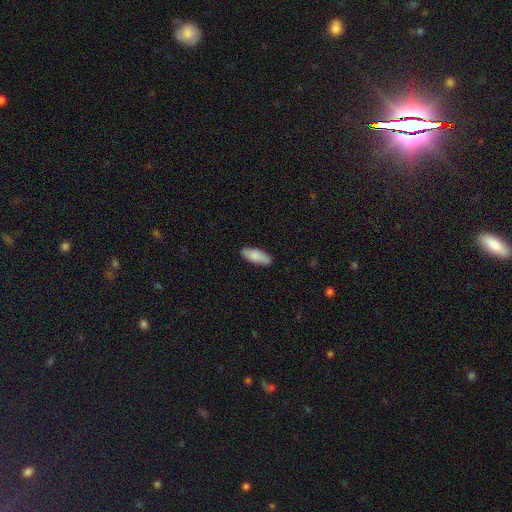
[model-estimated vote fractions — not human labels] Smooth or featured: smooth — 84% (featured or disk — 10%)
How rounded: in between — 67% (cigar-shaped — 31%)
Merging: none — 84% (minor disturbance — 12%)